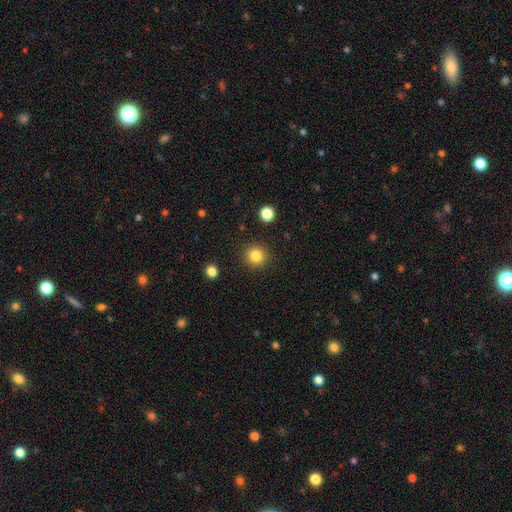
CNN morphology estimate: smooth_or_featured: smooth (p=0.84) [alt: star or artifact p=0.12]
how_rounded: round (p=0.94) [alt: in between p=0.05]
merging: none (p=0.91) [alt: minor disturbance p=0.05]